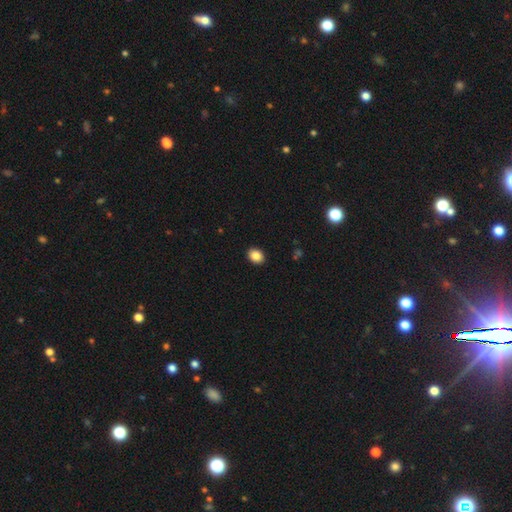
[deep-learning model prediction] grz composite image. It shows a smooth galaxy with no disk features (87%) that is in between round and cigar-shaped (53%). Merging: none (91%).